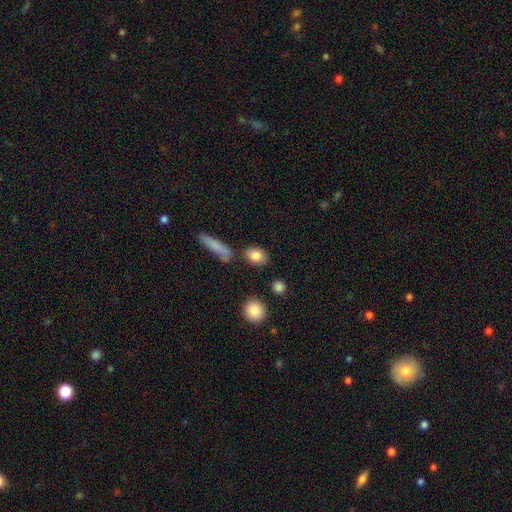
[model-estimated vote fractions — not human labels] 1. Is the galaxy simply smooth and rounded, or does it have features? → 83% smooth, 9% featured or disk, 8% star or artifact.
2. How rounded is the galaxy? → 70% in between, 27% round, 3% cigar-shaped.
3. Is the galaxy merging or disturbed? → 80% none, 11% minor disturbance, 6% merger, 3% major disturbance.